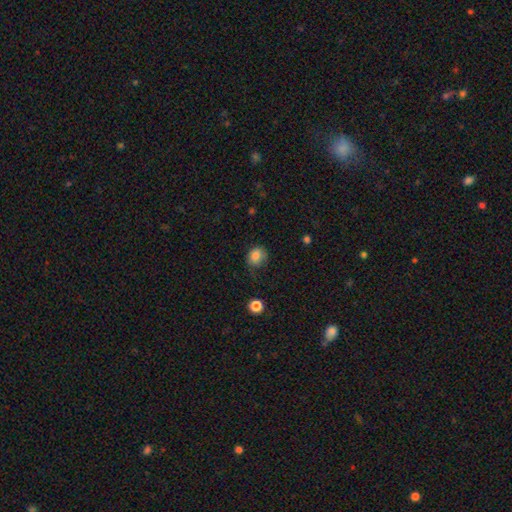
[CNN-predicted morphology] A smooth galaxy with no disk features (82%) that is round (73%). Merging: none (64%).